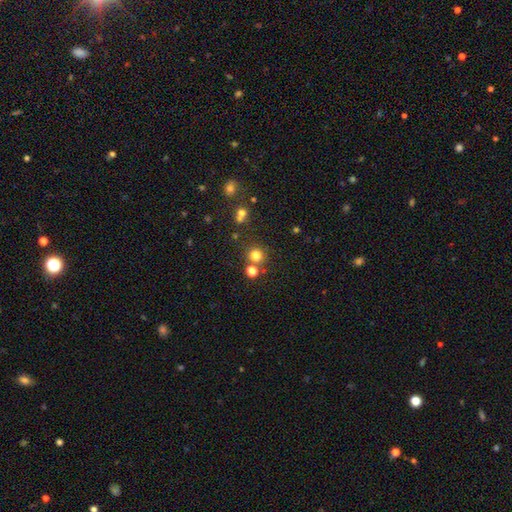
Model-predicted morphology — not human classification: Smooth or featured: smooth — 76% (star or artifact — 18%)
How rounded: round — 91% (in between — 9%)
Merging: none — 75% (merger — 14%)